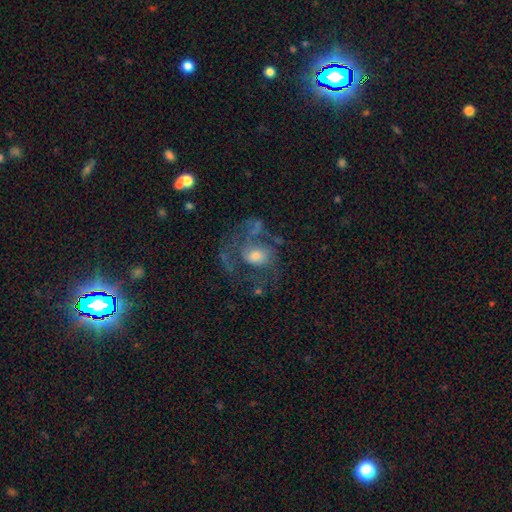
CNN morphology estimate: Smooth or featured? Predicted: featured or disk (p=0.66). Edge-on disk? Predicted: no (p=0.97). Bar? Predicted: no (p=0.71). Spiral arms? Predicted: yes (p=0.68). Bulge size? Predicted: moderate (p=0.55). Merging? Predicted: none (p=0.42).